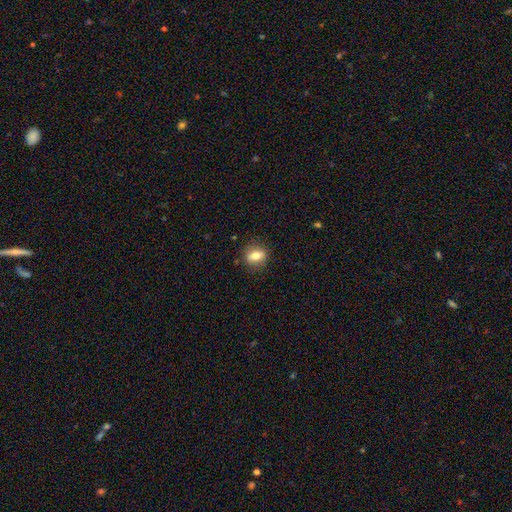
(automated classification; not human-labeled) Smooth or featured? Predicted: smooth (p=0.72). How rounded? Predicted: in between (p=0.61). Merging? Predicted: none (p=0.85).